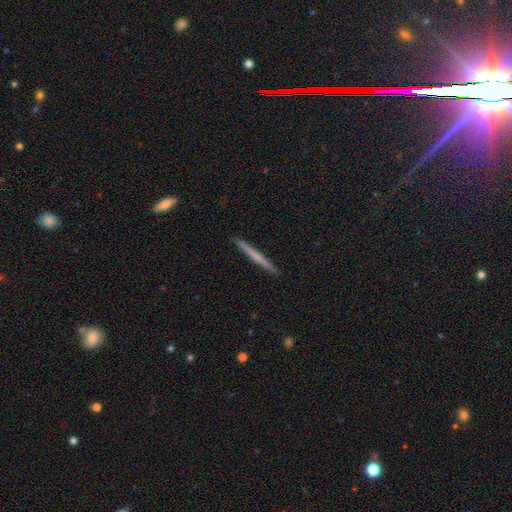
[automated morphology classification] A smooth galaxy with no disk features (53%) that is cigar-shaped (97%).

Vote fractions:
- Smooth or featured? smooth: 53% / featured or disk: 42% / star or artifact: 5%
- How rounded? cigar-shaped: 97% / in between: 2% / round: 1%
- Merging? none: 93% / minor disturbance: 5% / major disturbance: 1% / merger: 1%